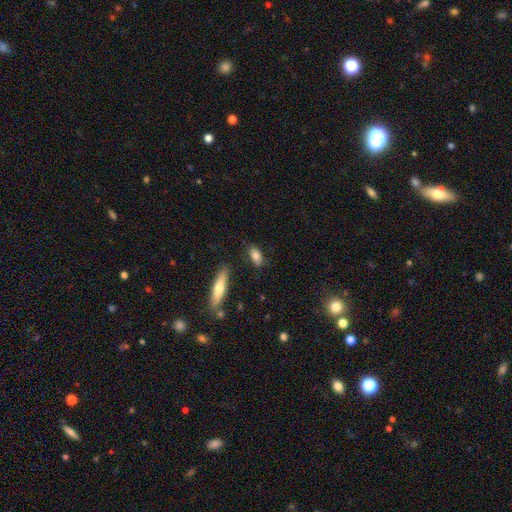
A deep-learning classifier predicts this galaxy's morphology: smooth_or_featured: smooth (p=0.77) [alt: featured or disk p=0.15]
how_rounded: in between (p=0.80) [alt: cigar-shaped p=0.14]
merging: none (p=0.81) [alt: minor disturbance p=0.13]